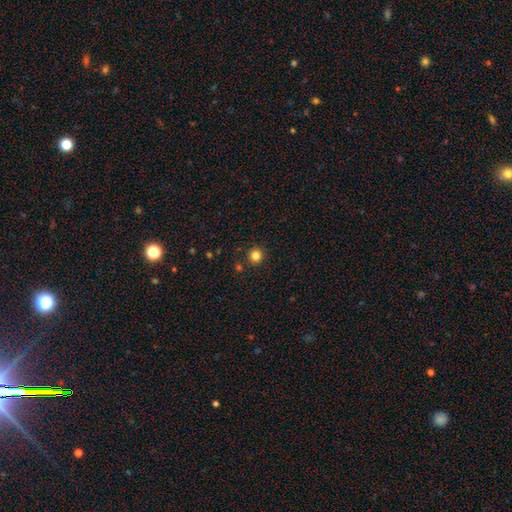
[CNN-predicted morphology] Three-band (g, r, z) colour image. It shows a smooth galaxy with no disk features (83%) that is round (91%). Merging: none (90%).